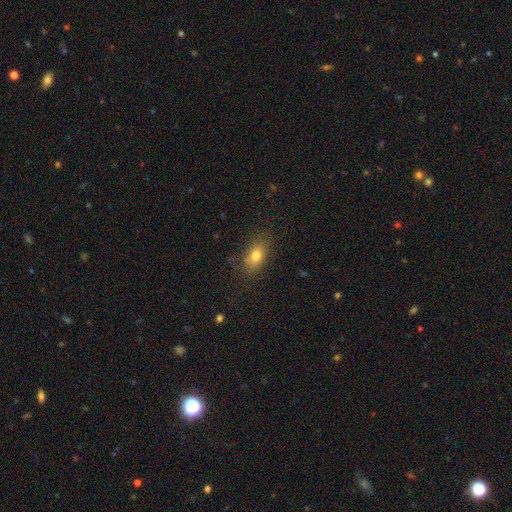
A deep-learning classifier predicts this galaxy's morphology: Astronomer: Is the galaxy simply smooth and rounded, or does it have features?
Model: smooth — 79%.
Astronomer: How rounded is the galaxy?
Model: in between — 83%.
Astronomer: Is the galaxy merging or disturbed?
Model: none — 78%.